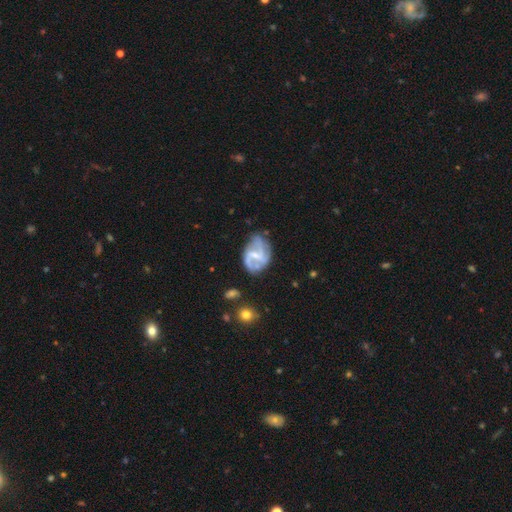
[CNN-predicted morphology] Smooth or featured? Predicted: featured or disk (p=0.81). Edge-on disk? Predicted: no (p=0.98). Bar? Predicted: weak (p=0.52). Spiral arms? Predicted: yes (p=0.89). Spiral winding? Predicted: loose (p=0.46). Spiral arm count? Predicted: 2 (p=0.64). Bulge size? Predicted: small (p=0.56). Merging? Predicted: none (p=0.55).